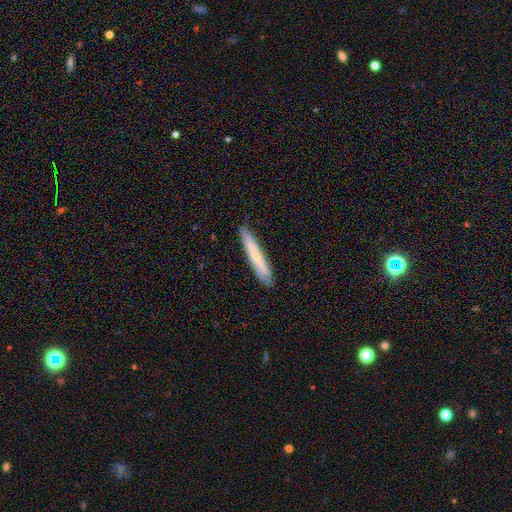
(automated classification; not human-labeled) Overall: smooth (52%; featured or disk 41%). How rounded: cigar-shaped (91%). Merging: none (84%).